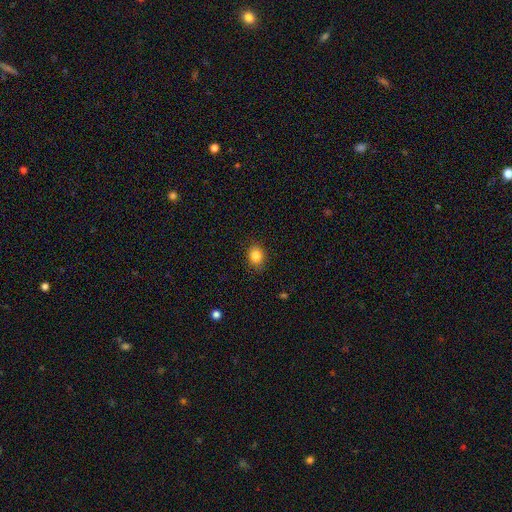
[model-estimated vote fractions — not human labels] A smooth galaxy with no disk features (85%) that is round (53%).

Vote fractions:
- Smooth or featured? smooth: 85% / star or artifact: 10% / featured or disk: 5%
- How rounded? round: 53% / in between: 46% / cigar-shaped: 1%
- Merging? none: 85% / minor disturbance: 11% / major disturbance: 3% / merger: 1%